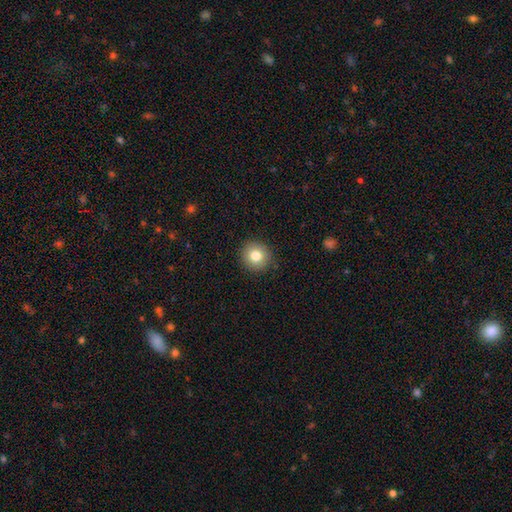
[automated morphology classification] Smooth or featured? Predicted: smooth (p=0.80). How rounded? Predicted: round (p=0.91). Merging? Predicted: none (p=0.90).